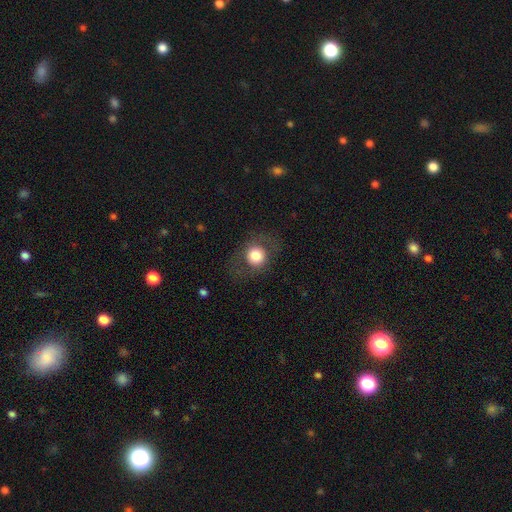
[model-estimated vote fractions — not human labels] Smooth or featured? smooth (73%)
How rounded? round (80%)
Merging? none (78%)